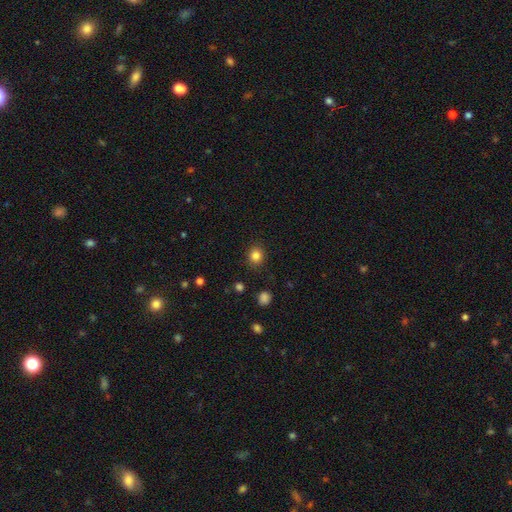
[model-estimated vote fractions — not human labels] Smooth or featured? smooth (83%)
How rounded? round (83%)
Merging? none (90%)